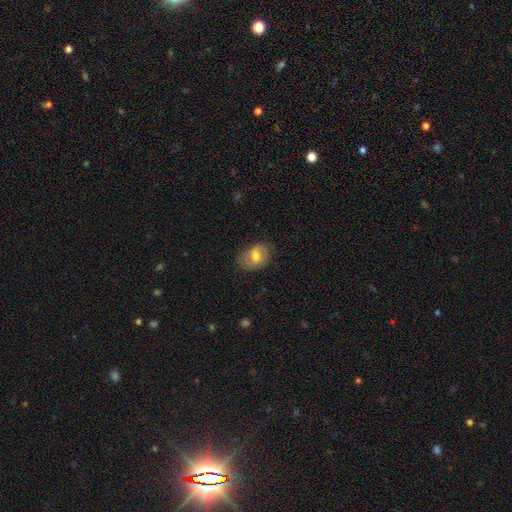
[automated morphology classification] type=smooth (67%); roundness=in between (71%); merging=none (65%).